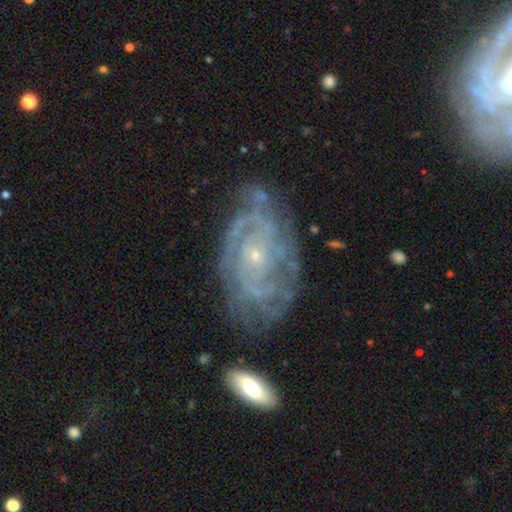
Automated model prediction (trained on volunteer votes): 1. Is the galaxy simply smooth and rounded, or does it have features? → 86% featured or disk, 7% smooth, 7% star or artifact.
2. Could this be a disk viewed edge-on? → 96% no, 4% yes.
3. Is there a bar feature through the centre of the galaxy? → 77% no, 18% weak, 5% strong.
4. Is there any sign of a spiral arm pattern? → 94% yes, 6% no.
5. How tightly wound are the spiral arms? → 73% tight, 22% medium, 5% loose.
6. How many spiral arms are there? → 35% can't tell, 20% 2, 17% 3, 14% 4, 8% more than 4, 6% 1.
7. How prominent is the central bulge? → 83% small, 13% moderate, 2% none, 1% large, 1% dominant.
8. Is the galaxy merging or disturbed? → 66% none, 21% minor disturbance, 9% major disturbance, 4% merger.